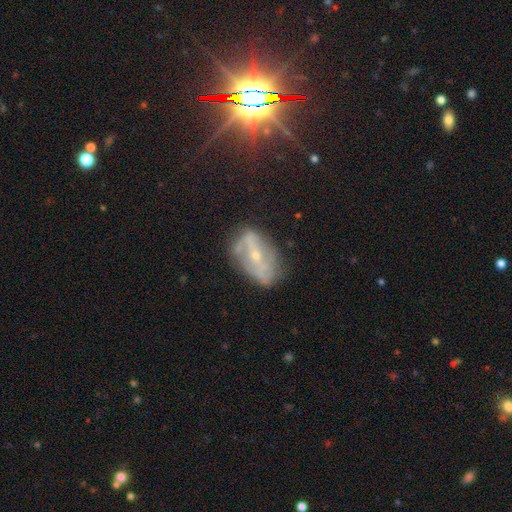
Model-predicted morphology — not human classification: The model was most divided on "bar": strong: 41%, weak: 30%, no: 29%. More confident: edge-on disk — no (89%); smooth or featured — featured or disk (72%); bulge size — small (72%); merging — none (65%); spiral arms — yes (58%).